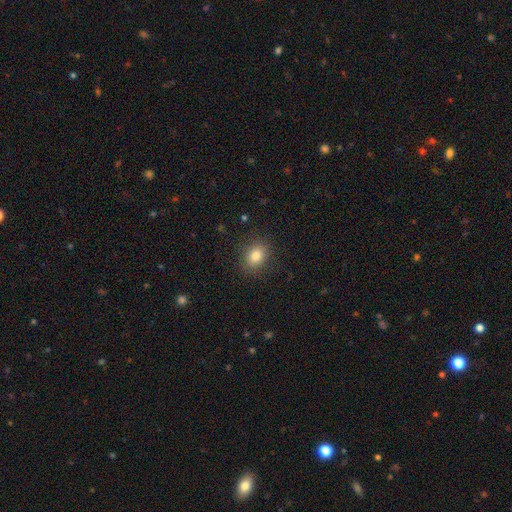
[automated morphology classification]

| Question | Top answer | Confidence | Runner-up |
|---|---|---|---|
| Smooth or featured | smooth | 83% | star or artifact (11%) |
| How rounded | in between | 55% | round (44%) |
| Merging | none | 87% | minor disturbance (9%) |